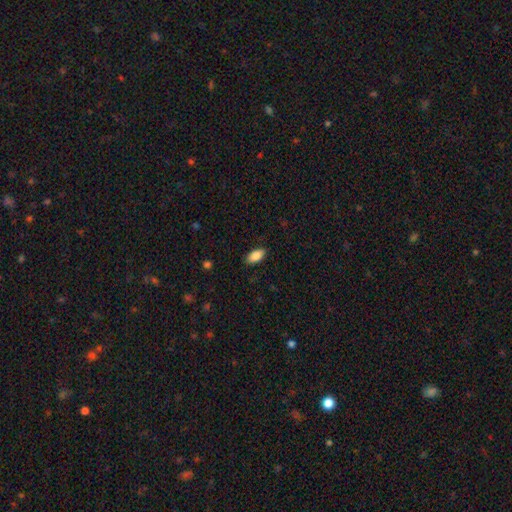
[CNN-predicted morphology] This is clearly a smooth galaxy (87%). How rounded: clearly in between (91%). Merging: clearly none (87%).